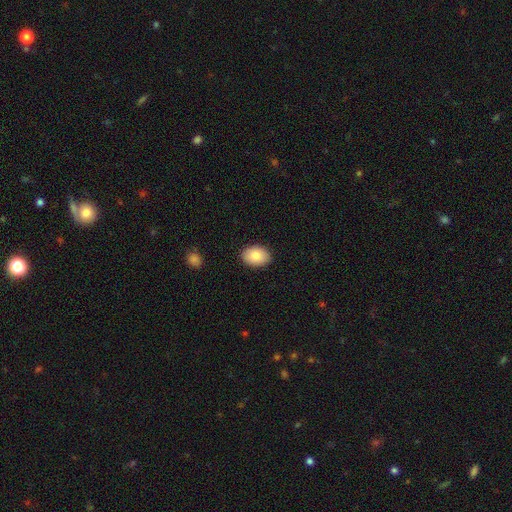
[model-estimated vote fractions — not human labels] smooth-or-featured: smooth: 87% | featured or disk: 7% | star or artifact: 6%
  how-rounded: in between: 85% | round: 14% | cigar-shaped: 1%
  merging: none: 89% | minor disturbance: 8% | major disturbance: 2% | merger: 1%